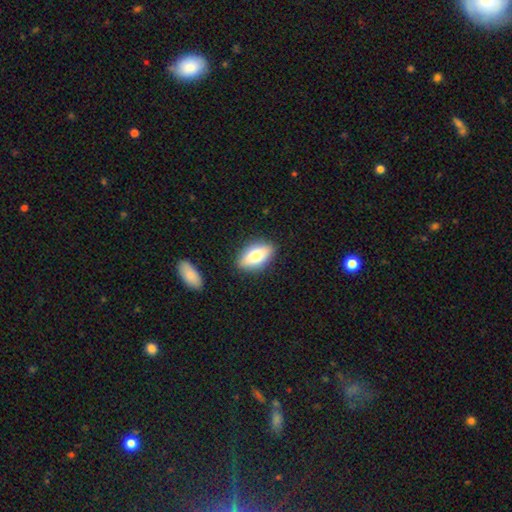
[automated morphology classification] This appears to be a smooth galaxy with no disk features (72%) that is in between round and cigar-shaped (87%). Merging: none (86%).